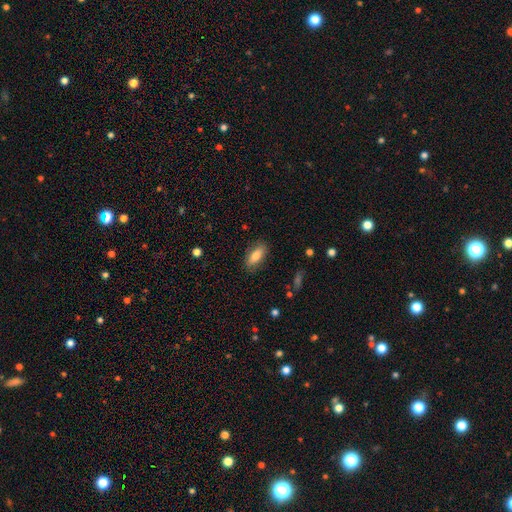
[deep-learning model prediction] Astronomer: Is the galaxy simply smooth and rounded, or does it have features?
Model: smooth — 76%.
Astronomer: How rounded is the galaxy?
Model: in between — 78%.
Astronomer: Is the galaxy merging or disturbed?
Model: none — 85%.